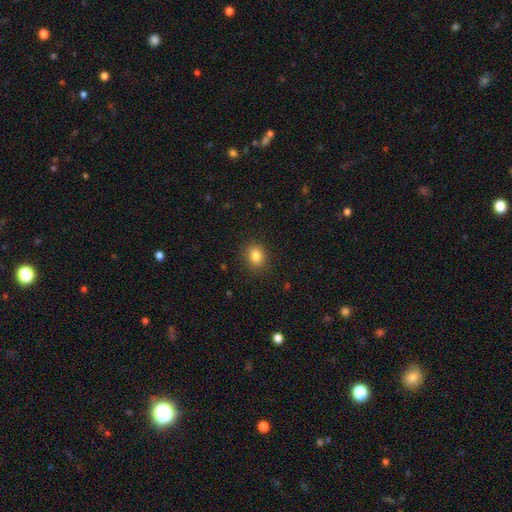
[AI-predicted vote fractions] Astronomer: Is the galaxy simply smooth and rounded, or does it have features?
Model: smooth — 83%.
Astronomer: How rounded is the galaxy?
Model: round — 61% (runner-up: in between, 38%).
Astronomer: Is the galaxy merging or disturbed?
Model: none — 89%.